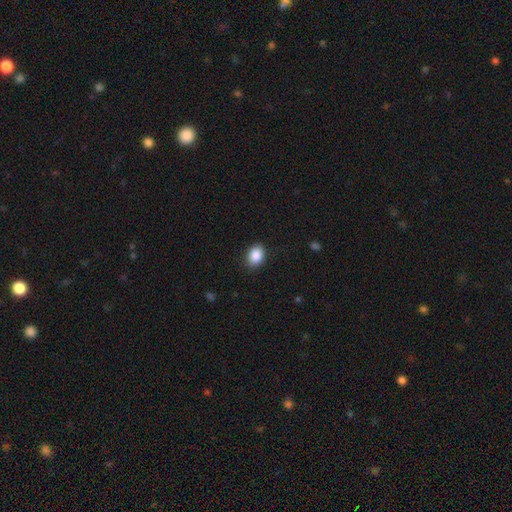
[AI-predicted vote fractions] Q: Smooth or featured?
A: smooth (88%); runner-up: star or artifact (8%)
Q: How rounded?
A: in between (70%); runner-up: round (29%)
Q: Merging?
A: none (86%); runner-up: minor disturbance (10%)